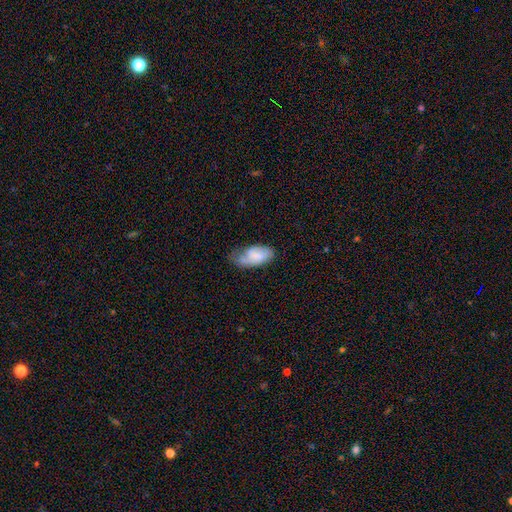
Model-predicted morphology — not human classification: Smooth or featured? smooth (63%)
How rounded? in between (93%)
Merging? minor disturbance (41%)